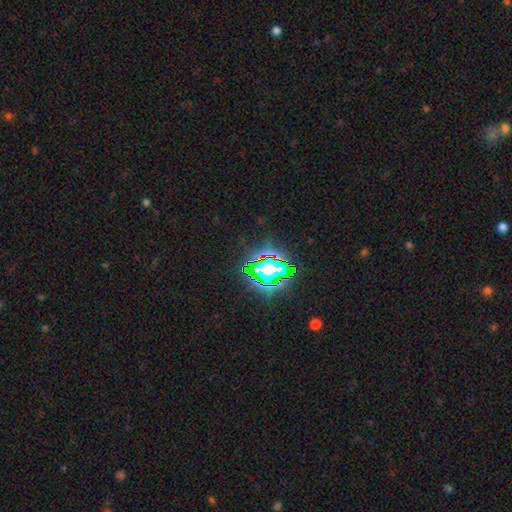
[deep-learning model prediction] Smooth or featured? Predicted: star or artifact (p=0.75).